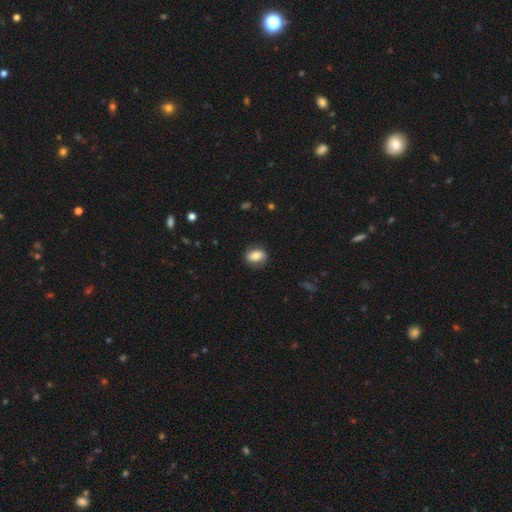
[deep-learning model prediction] Smooth or featured? Predicted: smooth (p=0.70). How rounded? Predicted: in between (p=0.69). Merging? Predicted: none (p=0.81).